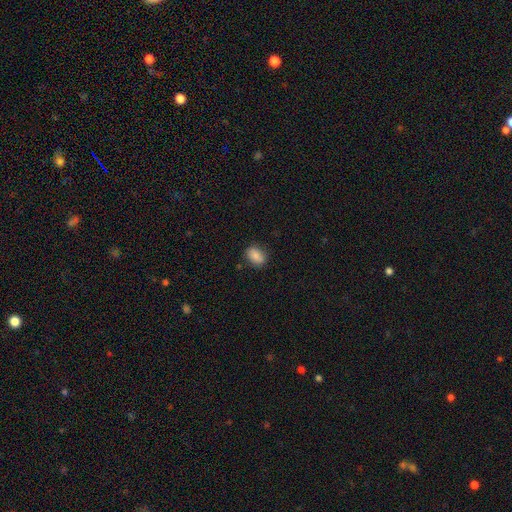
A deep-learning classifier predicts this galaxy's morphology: A smooth galaxy with no disk features (84%) that is in between round and cigar-shaped (76%). Merging: none (83%).